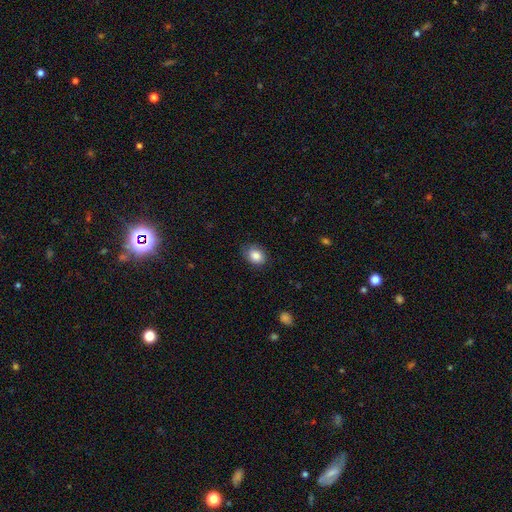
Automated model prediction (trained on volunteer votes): smooth 85%, star or artifact 8%, featured or disk 6%. Down the decision tree: how rounded — in between (56%); merging — none (79%).